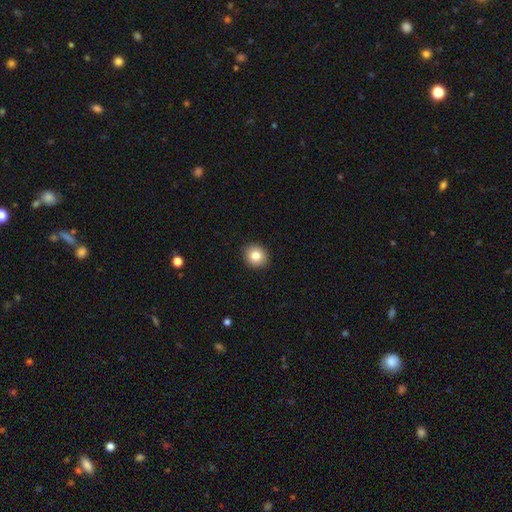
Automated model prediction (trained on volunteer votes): Overall: smooth (83%). How rounded: round (80%). Merging: none (91%).